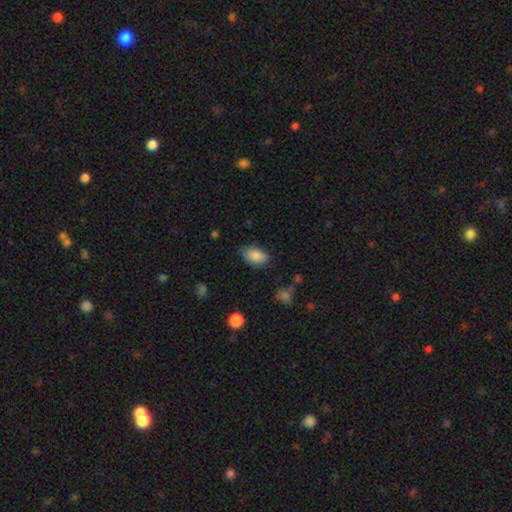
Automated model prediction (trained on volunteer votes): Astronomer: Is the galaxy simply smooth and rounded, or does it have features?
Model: smooth — 86%.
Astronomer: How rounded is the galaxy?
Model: in between — 93%.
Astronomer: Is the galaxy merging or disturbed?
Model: none — 76%.